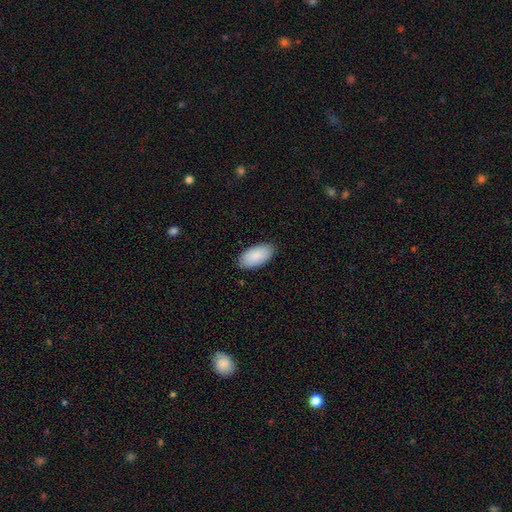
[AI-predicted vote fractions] A smooth galaxy with no disk features (89%) that is in between round and cigar-shaped (95%).

Vote fractions:
- Smooth or featured? smooth: 89% / star or artifact: 6% / featured or disk: 5%
- How rounded? in between: 95% / cigar-shaped: 3% / round: 2%
- Merging? none: 87% / minor disturbance: 10% / major disturbance: 2% / merger: 1%